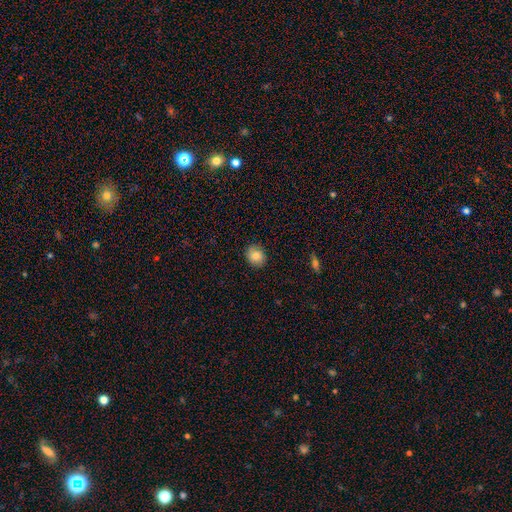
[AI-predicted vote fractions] Overall: smooth (82%). How rounded: round (57%; in between 42%). Merging: none (87%).